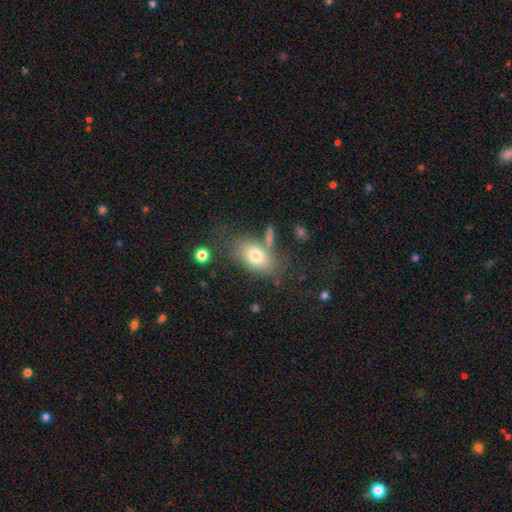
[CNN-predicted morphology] type=smooth (74%); roundness=in between (86%); merging=none (62%).